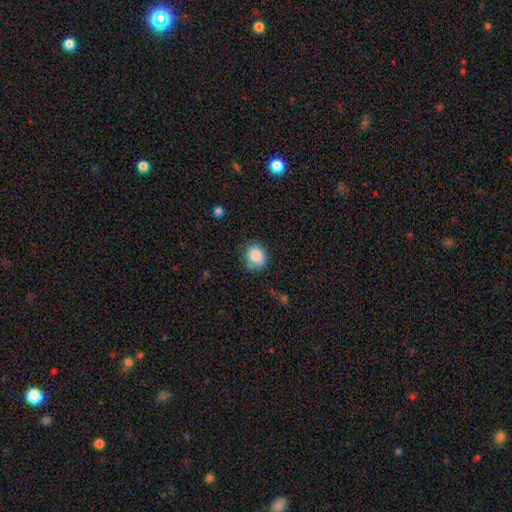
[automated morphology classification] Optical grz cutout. It shows a smooth galaxy with no disk features (86%) that is round (52%). Merging: none (72%).